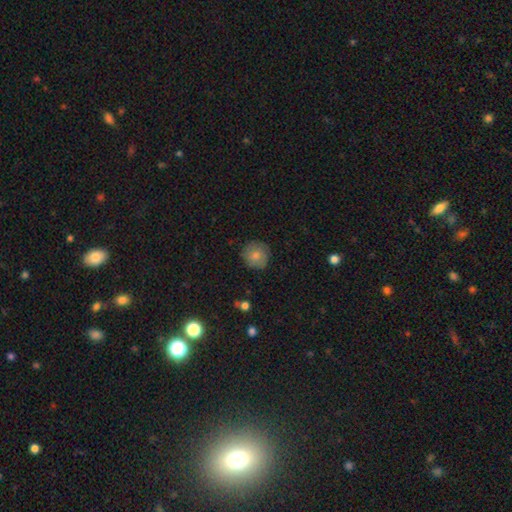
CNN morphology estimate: Q: Smooth or featured?
A: smooth (80%); runner-up: featured or disk (12%)
Q: How rounded?
A: round (93%); runner-up: in between (6%)
Q: Merging?
A: none (84%); runner-up: minor disturbance (12%)